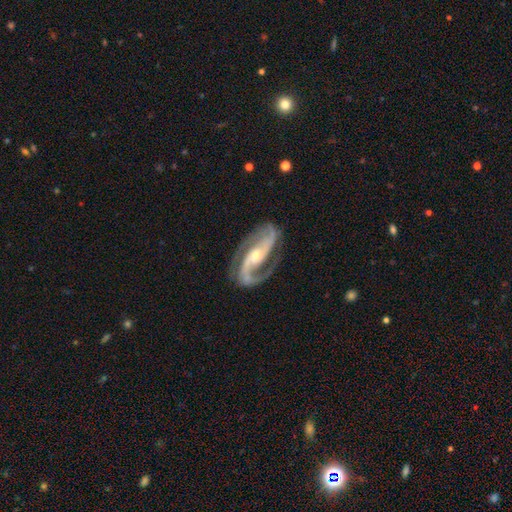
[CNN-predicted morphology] A featured or disk galaxy (93%) with a strong bar (39%), 2 (93%) medium (56%) spiral arms (98%) and a moderate central bulge (50%). Merging: none (78%).